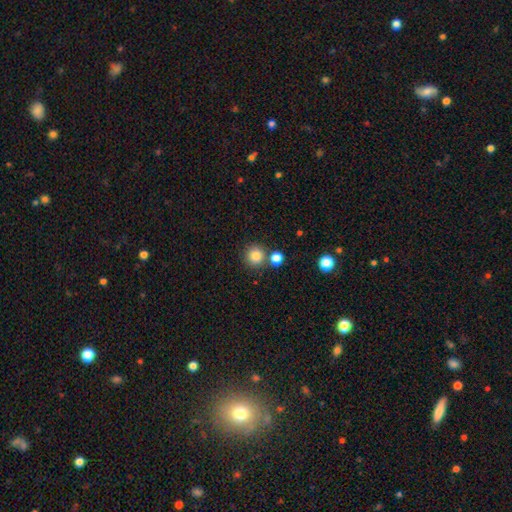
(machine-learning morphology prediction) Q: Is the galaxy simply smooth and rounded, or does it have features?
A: smooth — 84%.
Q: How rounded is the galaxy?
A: round — 94%.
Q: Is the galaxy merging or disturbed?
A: none — 77%.